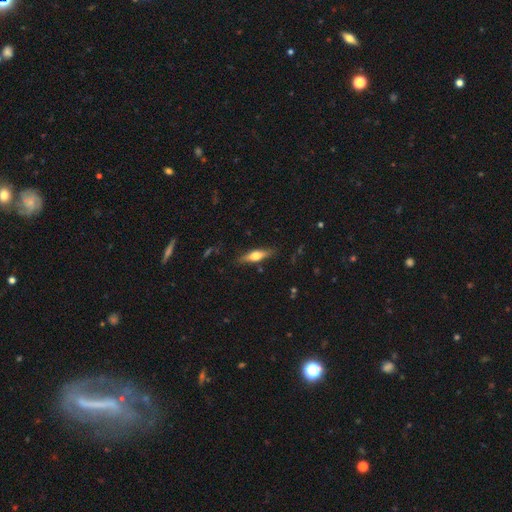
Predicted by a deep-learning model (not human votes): smooth-or-featured: featured or disk: 52% | smooth: 42% | star or artifact: 6%
  disk-edge-on: yes: 93% | no: 7%
  merging: none: 83% | minor disturbance: 12% | major disturbance: 3% | merger: 2%